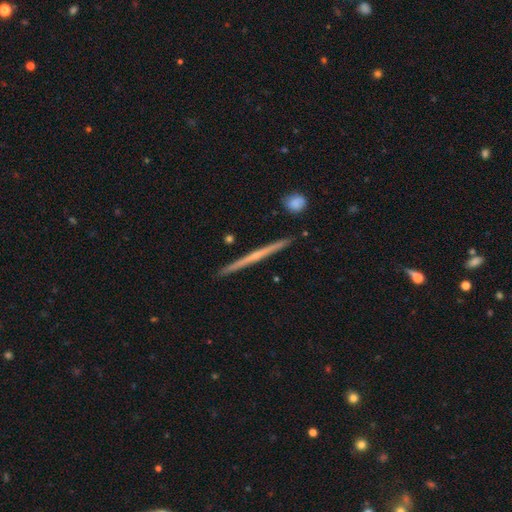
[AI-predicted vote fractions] Overall: featured or disk (71%). Edge-on disk: yes (98%). Edge-on bulge: none (58%; rounded 37%). Merging: none (92%).